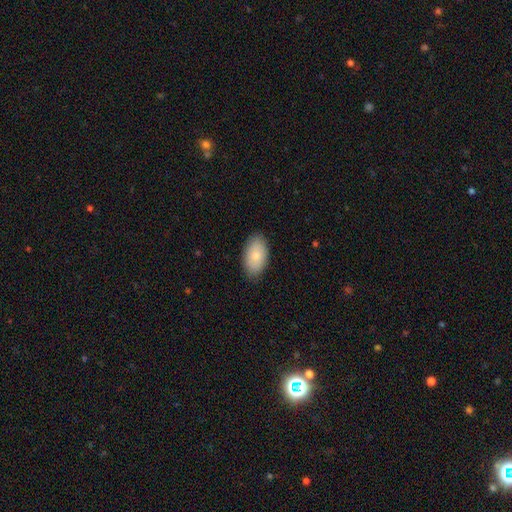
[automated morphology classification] Smooth or featured?
  - smooth: 80% *
  - featured or disk: 14%
  - star or artifact: 6%
How rounded?
  - in between: 95% *
  - round: 3%
  - cigar-shaped: 2%
Merging?
  - none: 85% *
  - minor disturbance: 11%
  - major disturbance: 2%
  - merger: 1%